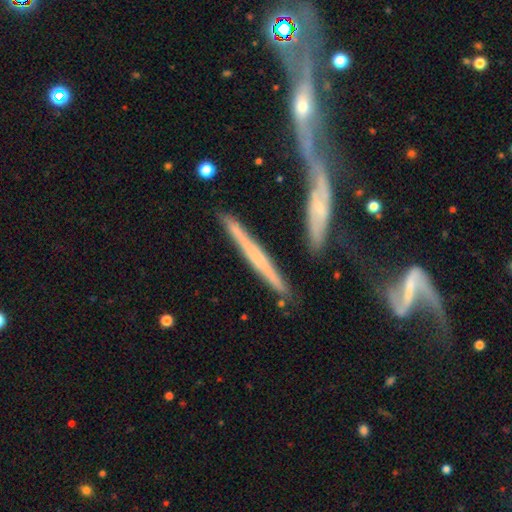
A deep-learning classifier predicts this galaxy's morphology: smooth-or-featured: featured or disk: 61% | smooth: 30% | star or artifact: 9%
  disk-edge-on: yes: 81% | no: 19%
  merging: none: 56% | merger: 23% | minor disturbance: 14% | major disturbance: 7%